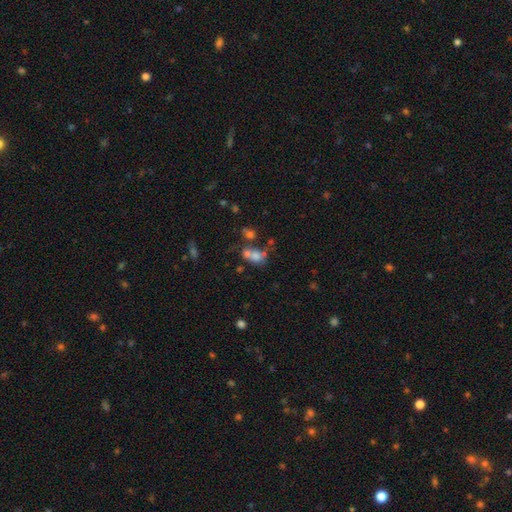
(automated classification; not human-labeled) Smooth or featured? smooth (66%)
How rounded? in between (67%)
Merging? merger (49%)